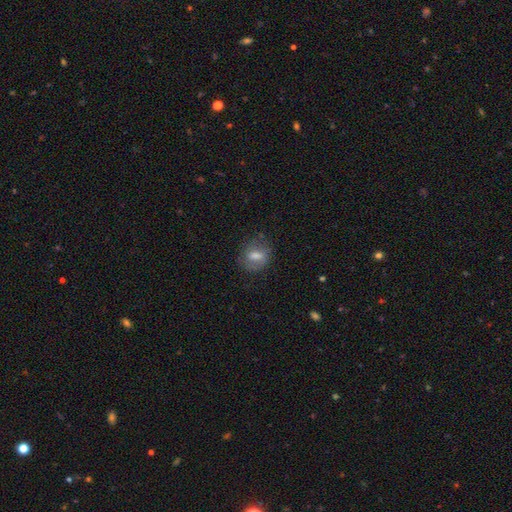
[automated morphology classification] smooth_or_featured: smooth (p=0.64) [alt: featured or disk p=0.27]
how_rounded: in between (p=0.53) [alt: round p=0.43]
merging: none (p=0.70) [alt: minor disturbance p=0.20]